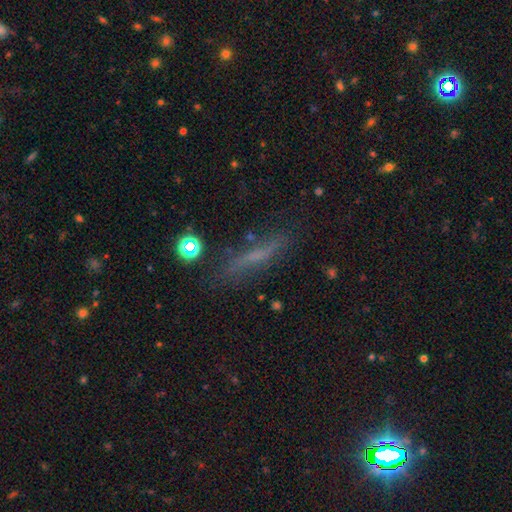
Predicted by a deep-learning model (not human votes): Smooth or featured?
  - smooth: 43% *
  - featured or disk: 40%
  - star or artifact: 17%
Merging?
  - none: 73% *
  - minor disturbance: 17%
  - major disturbance: 6%
  - merger: 3%